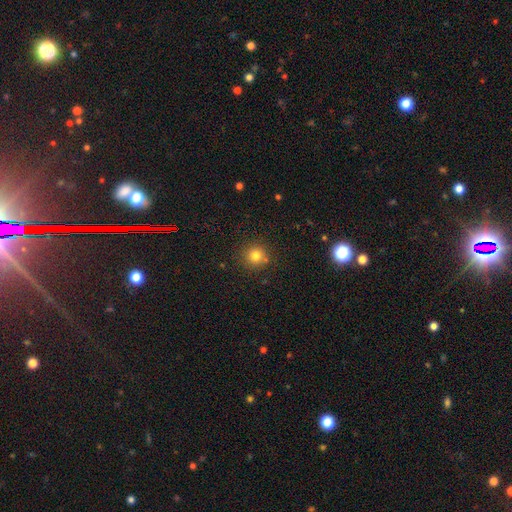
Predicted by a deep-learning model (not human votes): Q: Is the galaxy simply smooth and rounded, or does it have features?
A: smooth — 79%.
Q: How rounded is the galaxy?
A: round — 93%.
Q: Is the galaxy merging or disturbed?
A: none — 82%.